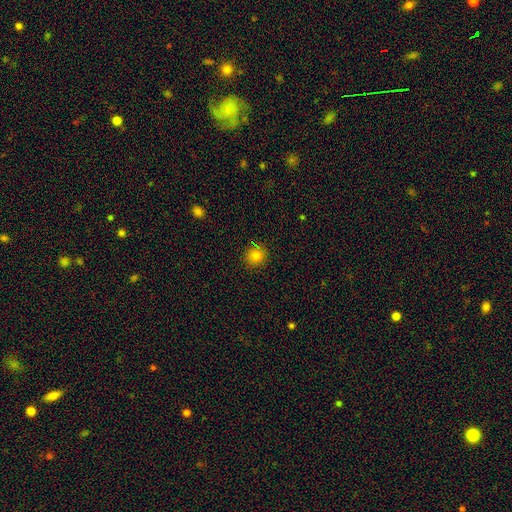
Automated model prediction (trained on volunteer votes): The model was most divided on "smooth or featured": smooth: 80%, star or artifact: 14%, featured or disk: 7%. More confident: how rounded — round (89%); merging — none (88%).